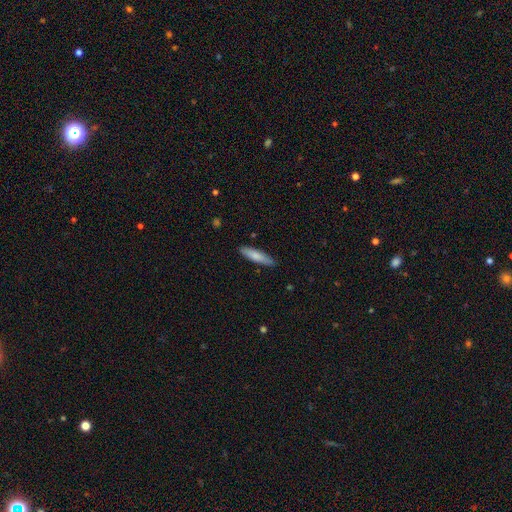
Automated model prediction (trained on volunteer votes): smooth-or-featured: smooth: 79% | featured or disk: 16% | star or artifact: 5%
  how-rounded: cigar-shaped: 76% | in between: 23% | round: 1%
  merging: none: 87% | minor disturbance: 10% | major disturbance: 2% | merger: 1%